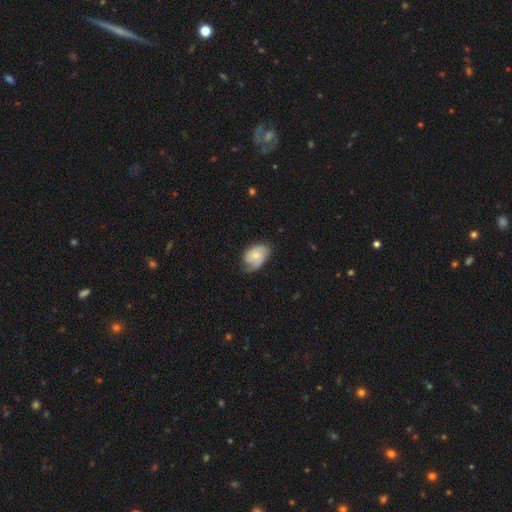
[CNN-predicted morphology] The model was most divided on "bulge size": moderate: 48%, small: 47%, none: 2%, large: 2%, dominant: 1%. More confident: edge-on disk — no (96%); spiral arms — yes (84%); bar — no (72%); smooth or featured — featured or disk (56%); merging — none (52%).